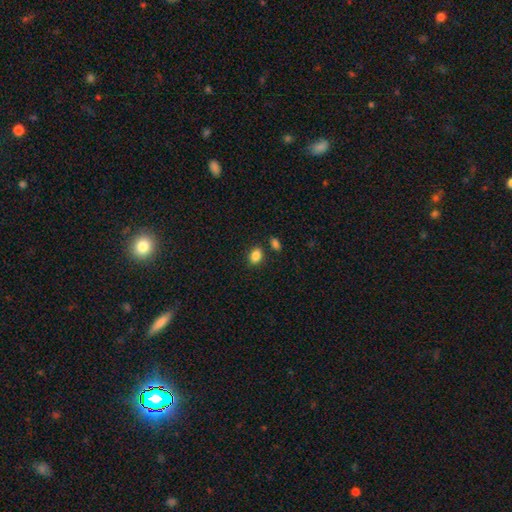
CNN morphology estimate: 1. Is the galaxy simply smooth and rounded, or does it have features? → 86% smooth, 9% star or artifact, 4% featured or disk.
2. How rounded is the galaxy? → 80% in between, 19% round, 1% cigar-shaped.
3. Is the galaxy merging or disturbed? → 79% none, 10% minor disturbance, 8% merger, 3% major disturbance.